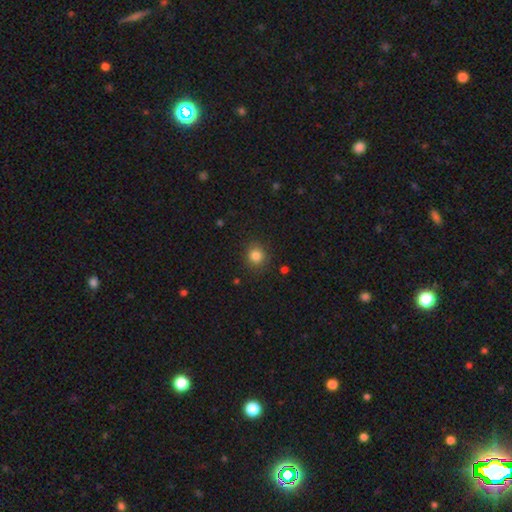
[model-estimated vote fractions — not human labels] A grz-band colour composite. It shows a smooth galaxy with no disk features (83%) that is round (87%). Merging: none (88%).